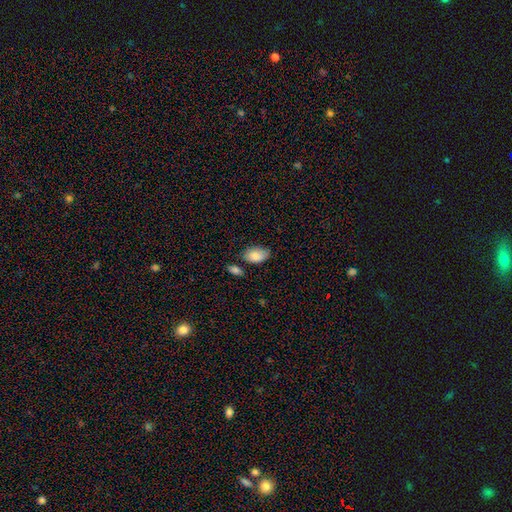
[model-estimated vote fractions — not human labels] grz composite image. It shows a smooth galaxy with no disk features (87%) that is in between round and cigar-shaped (92%). Merging: none (67%).